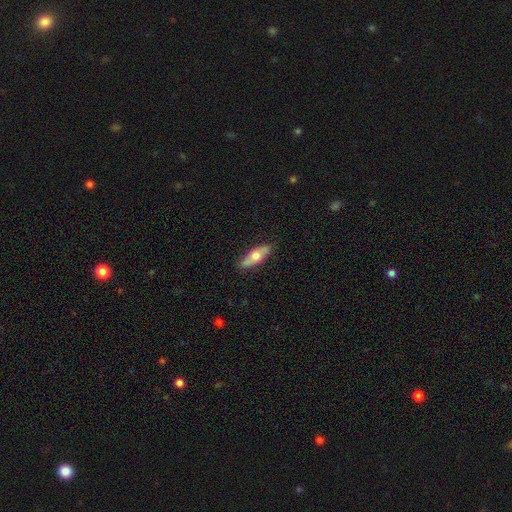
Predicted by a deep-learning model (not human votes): Smooth or featured? Predicted: smooth (p=0.58). How rounded? Predicted: in between (p=0.67). Merging? Predicted: none (p=0.85).